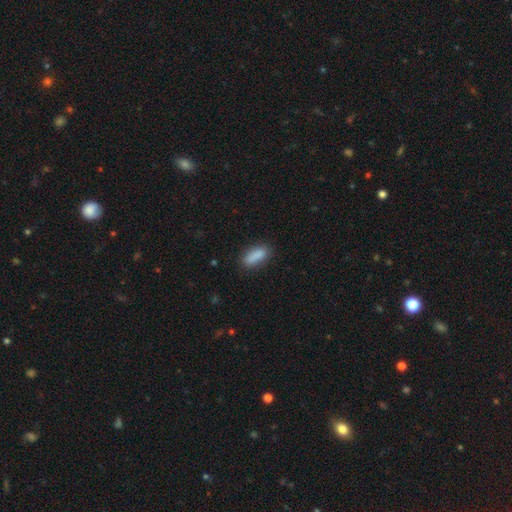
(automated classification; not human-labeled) Smooth or featured: smooth — 87% (star or artifact — 8%)
How rounded: in between — 67% (cigar-shaped — 31%)
Merging: none — 81% (minor disturbance — 14%)